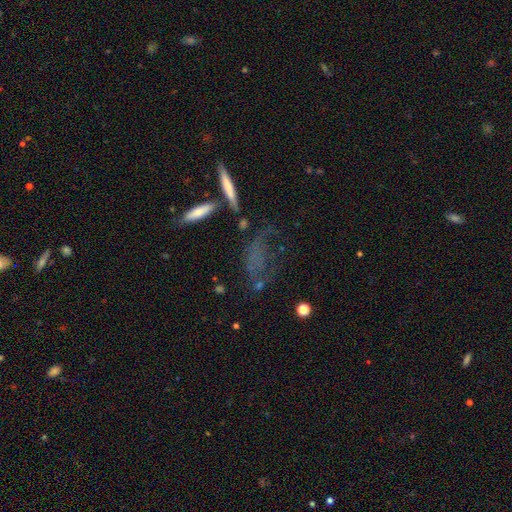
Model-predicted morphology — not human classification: smooth-or-featured: smooth: 42% | featured or disk: 40% | star or artifact: 19%
  merging: none: 39% | major disturbance: 31% | minor disturbance: 19% | merger: 11%